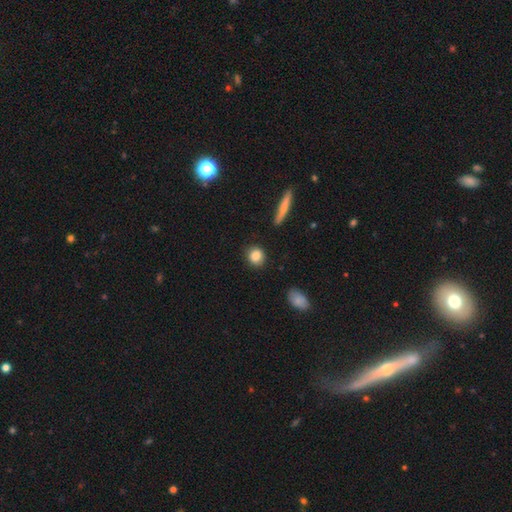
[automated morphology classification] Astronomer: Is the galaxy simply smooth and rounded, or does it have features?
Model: smooth — 85%.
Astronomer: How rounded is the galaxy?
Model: round — 76%.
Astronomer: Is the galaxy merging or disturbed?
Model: none — 88%.